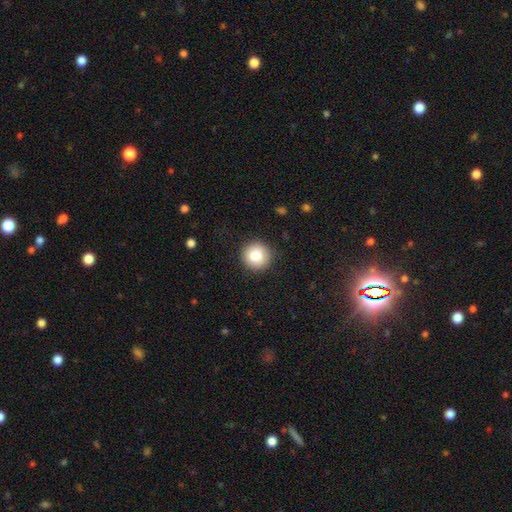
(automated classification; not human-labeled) smooth_or_featured: smooth (p=0.81) [alt: featured or disk p=0.10]
how_rounded: round (p=0.95) [alt: in between p=0.04]
merging: none (p=0.90) [alt: minor disturbance p=0.07]